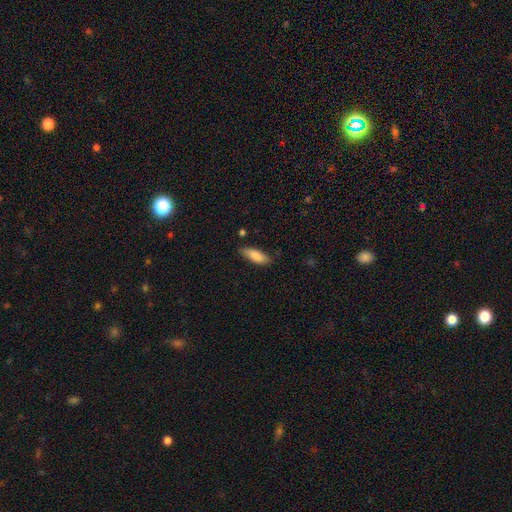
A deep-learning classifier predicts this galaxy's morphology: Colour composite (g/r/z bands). It shows a smooth galaxy with no disk features (86%) that is in between round and cigar-shaped (67%). Merging: none (78%).